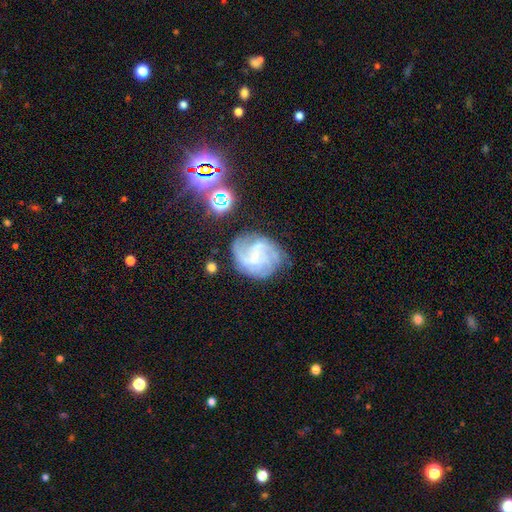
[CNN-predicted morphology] This is likely a featured or disk galaxy (78%). It is clearly not viewed edge-on (98%). Bar: possibly no (49%). Spiral arm pattern: clearly yes (94%). Spiral arm count: marginally can't tell (28%). Spiral winding: marginally medium (43%). Central bulge: likely small (74%). Merging: likely none (67%).